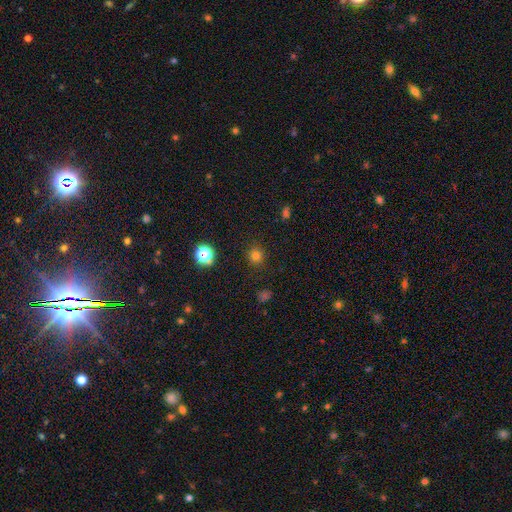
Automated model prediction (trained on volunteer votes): Overall: smooth (75%). How rounded: round (87%). Merging: none (87%).